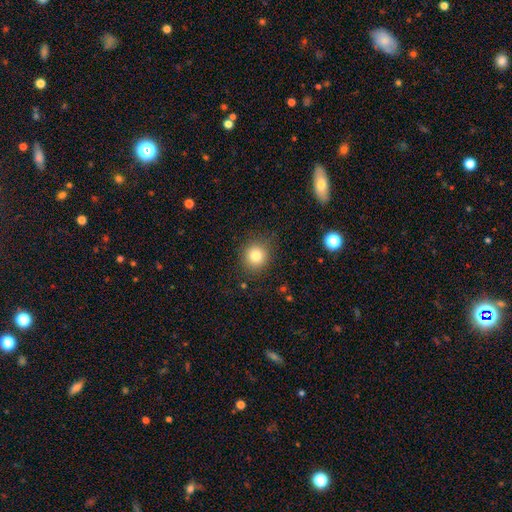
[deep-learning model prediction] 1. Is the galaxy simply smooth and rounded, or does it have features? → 81% smooth, 11% star or artifact, 8% featured or disk.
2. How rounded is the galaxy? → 86% round, 13% in between, 1% cigar-shaped.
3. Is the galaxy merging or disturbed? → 85% none, 10% minor disturbance, 3% major disturbance, 1% merger.